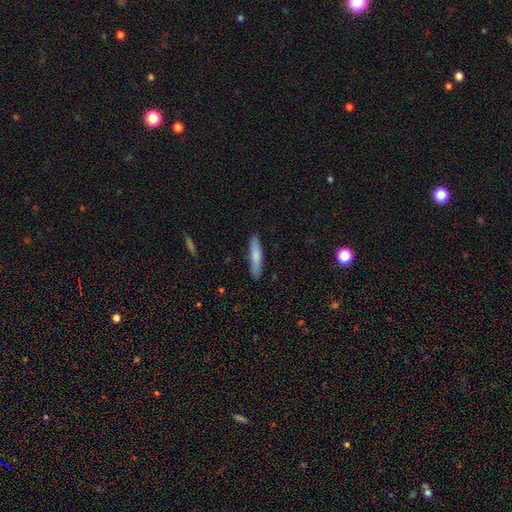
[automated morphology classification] The model was most divided on "smooth or featured": smooth: 76%, featured or disk: 18%, star or artifact: 6%. More confident: merging — none (88%); how rounded — cigar-shaped (85%).